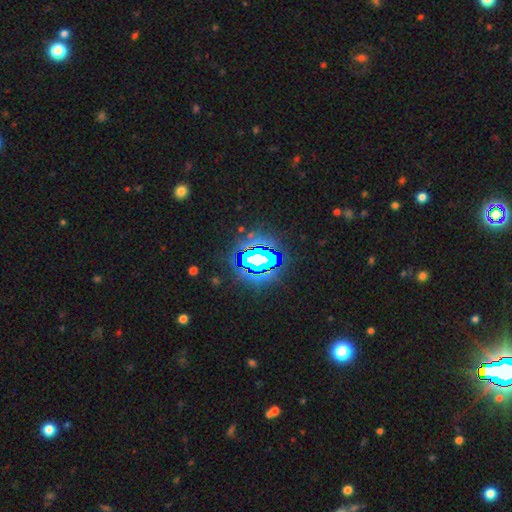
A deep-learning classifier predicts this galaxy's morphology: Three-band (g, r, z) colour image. It shows a star or artifact, not a galaxy (71%).